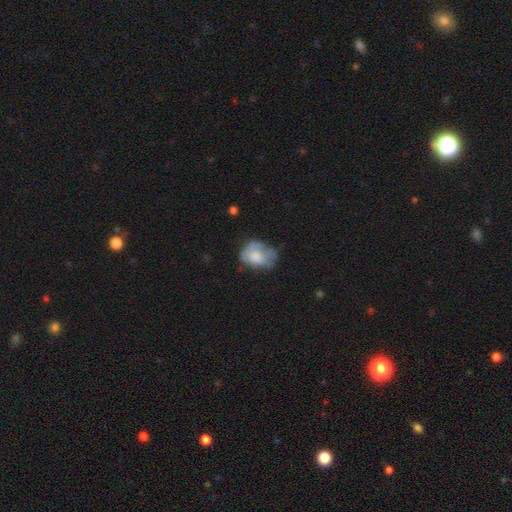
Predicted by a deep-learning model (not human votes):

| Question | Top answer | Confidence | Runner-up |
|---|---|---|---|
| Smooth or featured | smooth | 64% | featured or disk (28%) |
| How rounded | in between | 66% | round (33%) |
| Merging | none | 40% | minor disturbance (35%) |